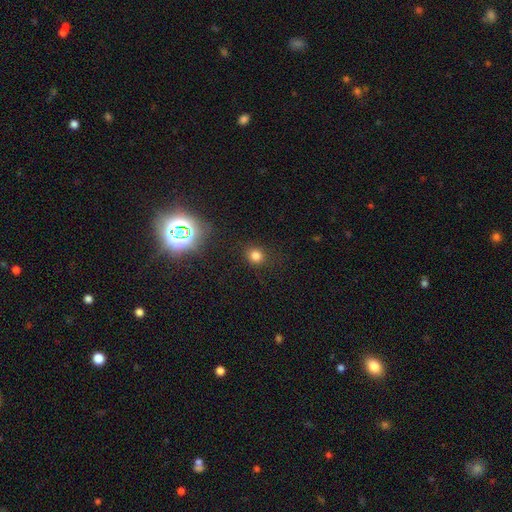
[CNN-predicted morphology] smooth 76%, star or artifact 18%, featured or disk 5%. Down the decision tree: how rounded — round (84%); merging — none (86%).